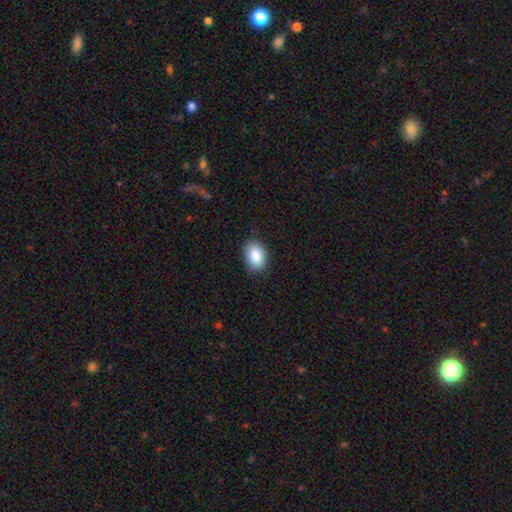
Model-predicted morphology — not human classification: smooth-or-featured: smooth: 87% | star or artifact: 7% | featured or disk: 5%
  how-rounded: in between: 78% | round: 21% | cigar-shaped: 1%
  merging: none: 85% | minor disturbance: 12% | major disturbance: 3% | merger: 1%